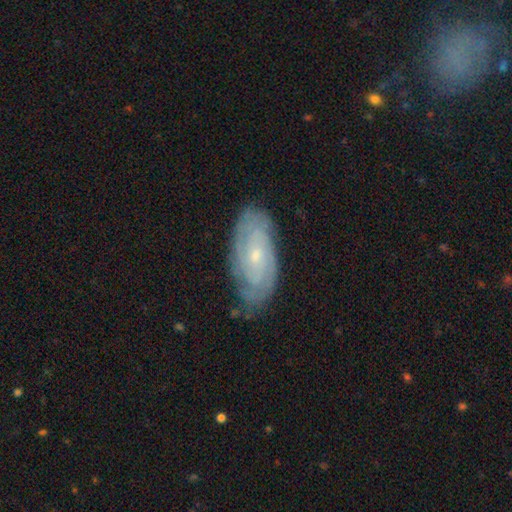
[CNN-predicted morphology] The model was most divided on "spiral arm count": can't tell: 39%, 2: 29%, 3: 14%, 4: 9%, more than 4: 5%, 1: 4%. More confident: spiral arms — yes (95%); edge-on disk — no (94%); smooth or featured — featured or disk (80%); merging — none (76%); spiral winding — tight (75%); bulge size — small (70%); bar — no (70%).